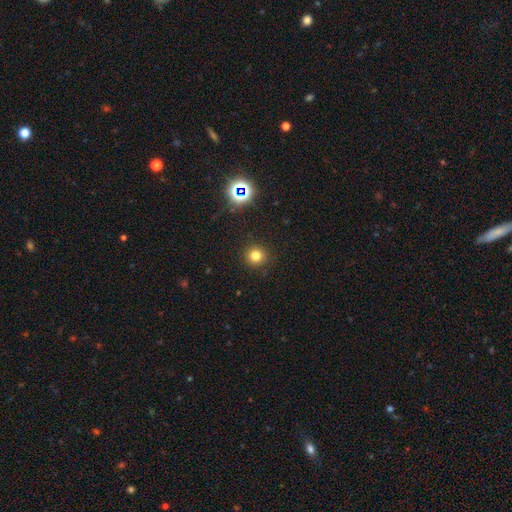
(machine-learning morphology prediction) Q: Smooth or featured?
A: smooth (77%); runner-up: star or artifact (17%)
Q: How rounded?
A: round (93%); runner-up: in between (6%)
Q: Merging?
A: none (91%); runner-up: minor disturbance (5%)